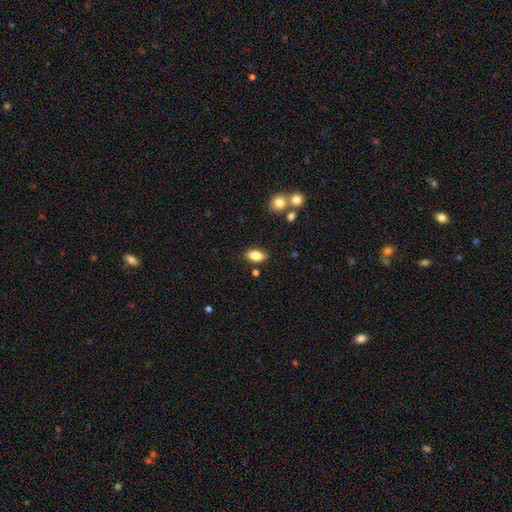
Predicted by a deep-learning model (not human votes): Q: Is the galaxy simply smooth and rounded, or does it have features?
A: smooth — 83%.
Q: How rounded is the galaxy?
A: in between — 90%.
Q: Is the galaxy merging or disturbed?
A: none — 84%.